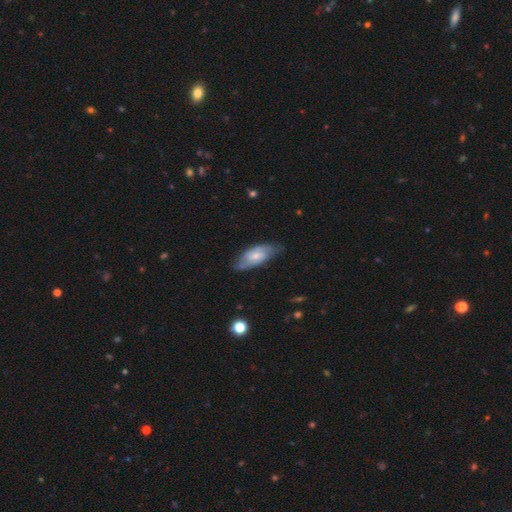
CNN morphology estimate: Smooth or featured? Predicted: featured or disk (p=0.56). Edge-on disk? Predicted: no (p=0.87). Merging? Predicted: none (p=0.71).